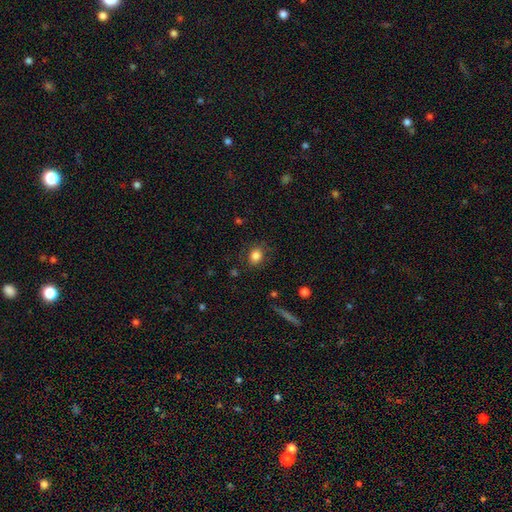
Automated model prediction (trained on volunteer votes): Smooth or featured? Predicted: smooth (p=0.82). How rounded? Predicted: round (p=0.57). Merging? Predicted: none (p=0.79).